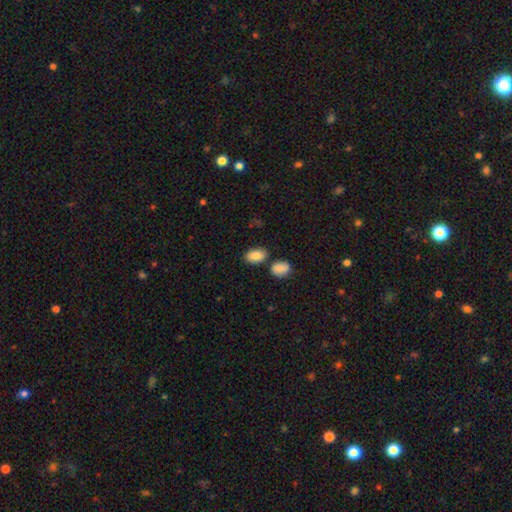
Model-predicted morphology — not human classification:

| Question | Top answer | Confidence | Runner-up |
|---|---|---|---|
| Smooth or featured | smooth | 85% | star or artifact (8%) |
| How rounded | in between | 90% | round (9%) |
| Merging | none | 76% | minor disturbance (11%) |